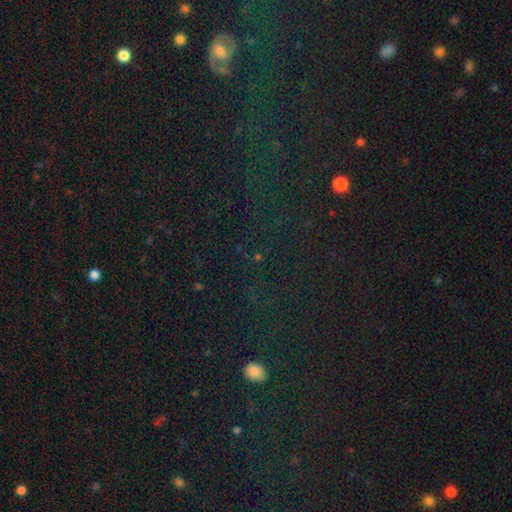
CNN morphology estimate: Overall: star or artifact (75%).